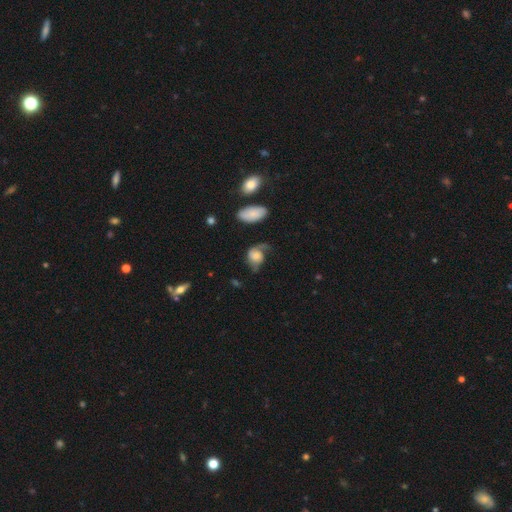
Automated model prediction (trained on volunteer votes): The model was most divided on "merging" (2-way tie): major disturbance: 35%, none: 35%, minor disturbance: 24%, merger: 5%. Remaining: smooth or featured — featured or disk (49%).